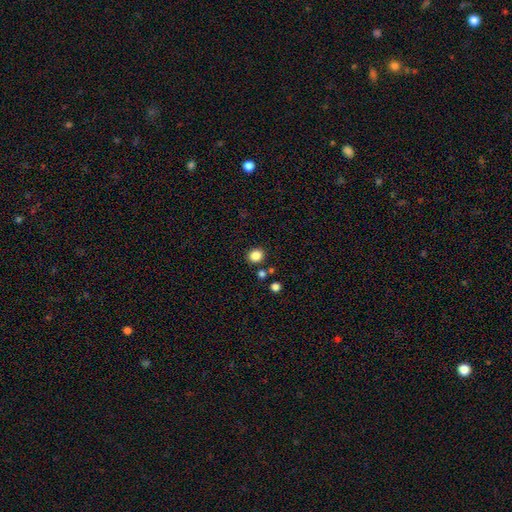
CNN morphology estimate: smooth 85%, star or artifact 11%, featured or disk 4%. Down the decision tree: how rounded — round (76%); merging — none (87%).